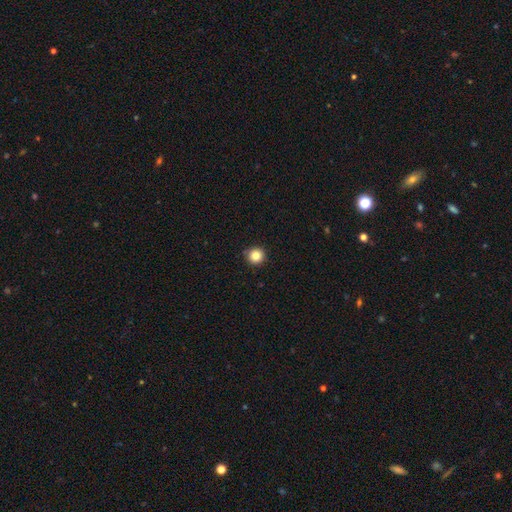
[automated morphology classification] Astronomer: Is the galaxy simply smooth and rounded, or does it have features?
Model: smooth — 83%.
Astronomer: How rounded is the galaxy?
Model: round — 95%.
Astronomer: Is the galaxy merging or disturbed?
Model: none — 90%.